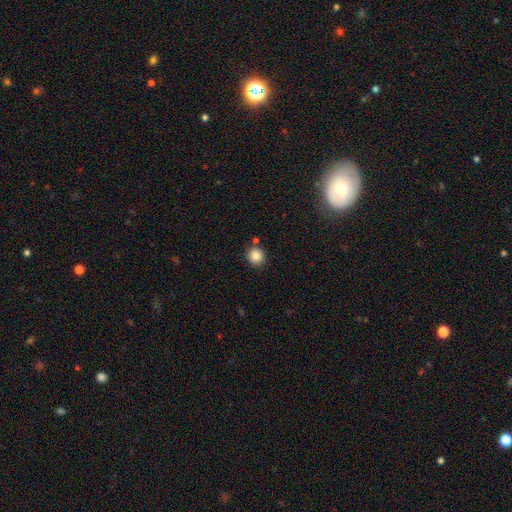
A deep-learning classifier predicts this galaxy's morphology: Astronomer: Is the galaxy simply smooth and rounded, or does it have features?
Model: smooth — 85%.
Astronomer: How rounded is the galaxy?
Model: round — 92%.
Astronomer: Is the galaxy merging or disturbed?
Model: none — 84%.